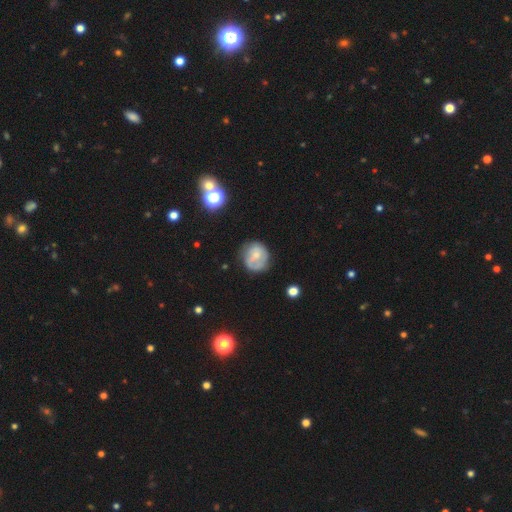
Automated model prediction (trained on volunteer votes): A smooth galaxy with no disk features (52%) that is round (75%).

Vote fractions:
- Smooth or featured? smooth: 52% / featured or disk: 39% / star or artifact: 9%
- How rounded? round: 75% / in between: 24% / cigar-shaped: 1%
- Merging? none: 54% / minor disturbance: 28% / major disturbance: 14% / merger: 4%